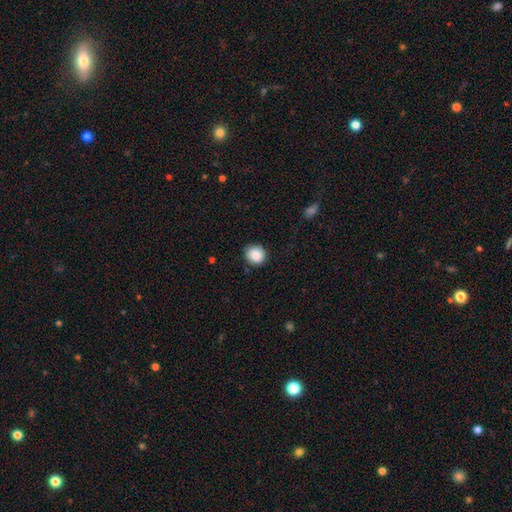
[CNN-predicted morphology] A smooth galaxy with no disk features (87%) that is round (86%).

Vote fractions:
- Smooth or featured? smooth: 87% / star or artifact: 8% / featured or disk: 5%
- How rounded? round: 86% / in between: 14% / cigar-shaped: 1%
- Merging? none: 84% / minor disturbance: 12% / major disturbance: 2% / merger: 1%